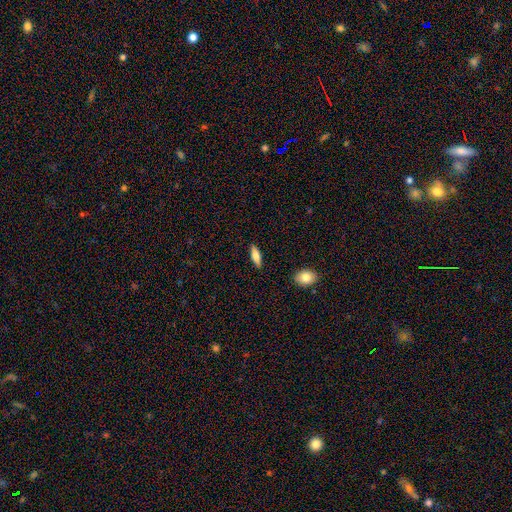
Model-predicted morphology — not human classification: This is likely a smooth galaxy (69%). How rounded: possibly in between (58%). Merging: clearly none (88%).